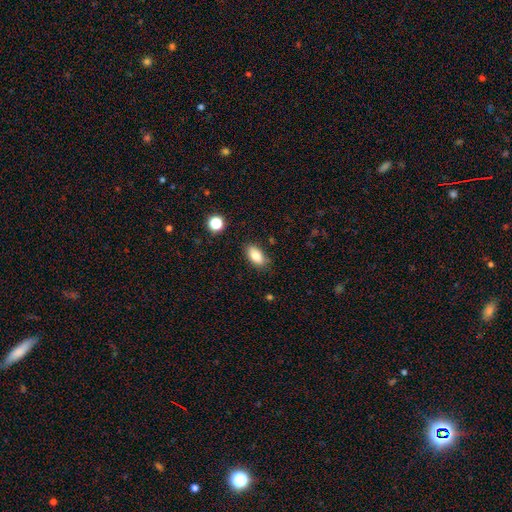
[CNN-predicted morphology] Smooth or featured? smooth (83%)
How rounded? in between (90%)
Merging? none (84%)